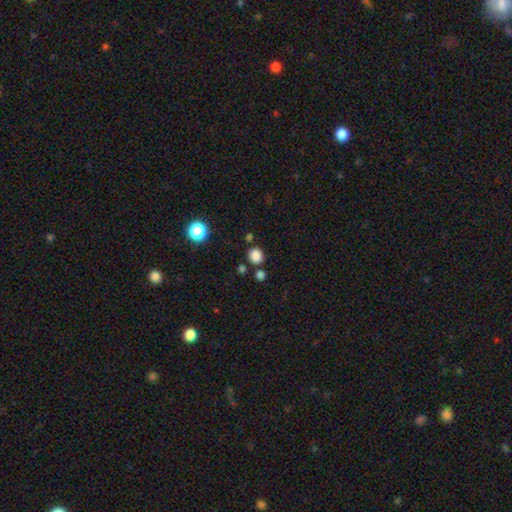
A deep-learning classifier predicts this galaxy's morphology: Q: Smooth or featured?
A: smooth (84%); runner-up: star or artifact (13%)
Q: How rounded?
A: round (79%); runner-up: in between (20%)
Q: Merging?
A: none (80%); runner-up: merger (9%)